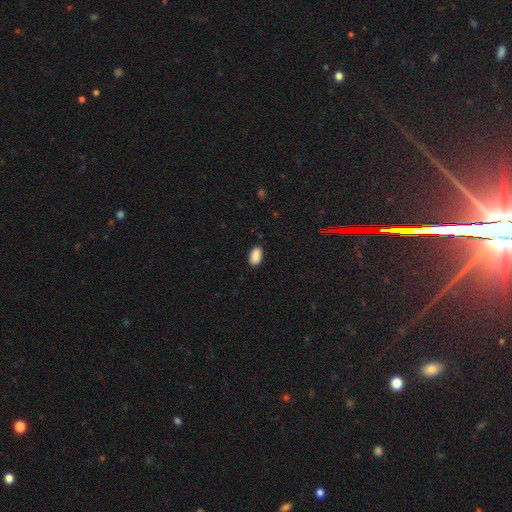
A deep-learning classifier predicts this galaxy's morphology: type=smooth (90%); roundness=in between (94%); merging=none (89%).